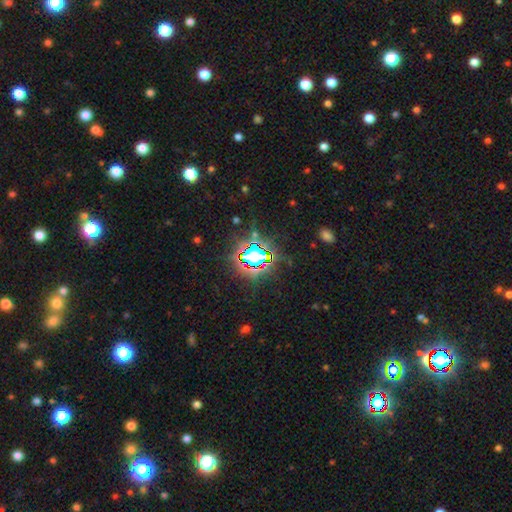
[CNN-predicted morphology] Smooth or featured: star or artifact — 79% (smooth — 13%)